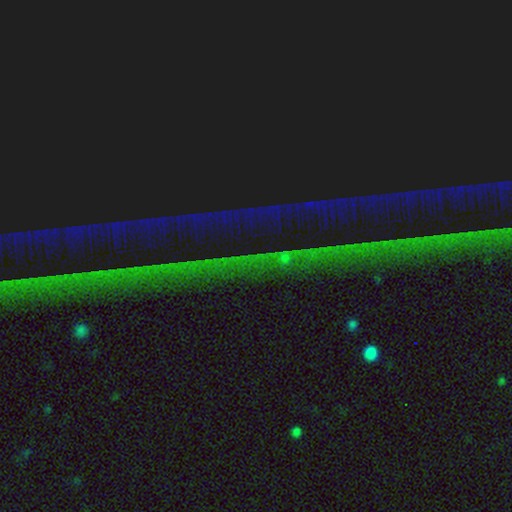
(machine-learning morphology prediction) This appears to be a star or artifact, not a galaxy (78%).